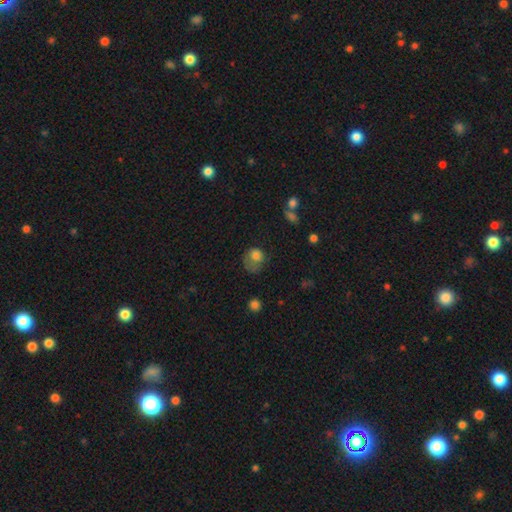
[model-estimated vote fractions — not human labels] Smooth or featured? smooth (73%)
How rounded? round (62%)
Merging? major disturbance (40%)